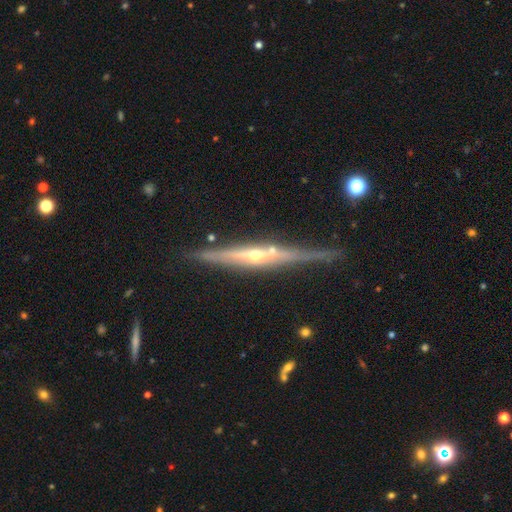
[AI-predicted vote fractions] Q: Smooth or featured?
A: featured or disk (81%); runner-up: smooth (12%)
Q: Edge-on disk?
A: yes (97%); runner-up: no (3%)
Q: Edge-on bulge?
A: rounded (80%); runner-up: none (14%)
Q: Merging?
A: none (77%); runner-up: minor disturbance (14%)